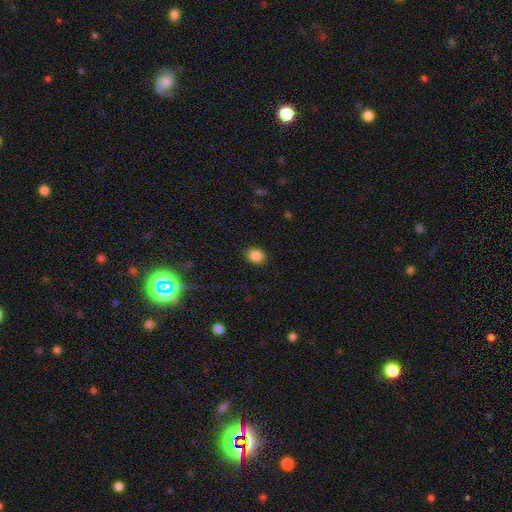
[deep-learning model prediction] A smooth galaxy with no disk features (87%) that is in between round and cigar-shaped (50%).

Vote fractions:
- Smooth or featured? smooth: 87% / star or artifact: 10% / featured or disk: 4%
- How rounded? in between: 50% / round: 49% / cigar-shaped: 1%
- Merging? none: 88% / minor disturbance: 8% / major disturbance: 2% / merger: 1%